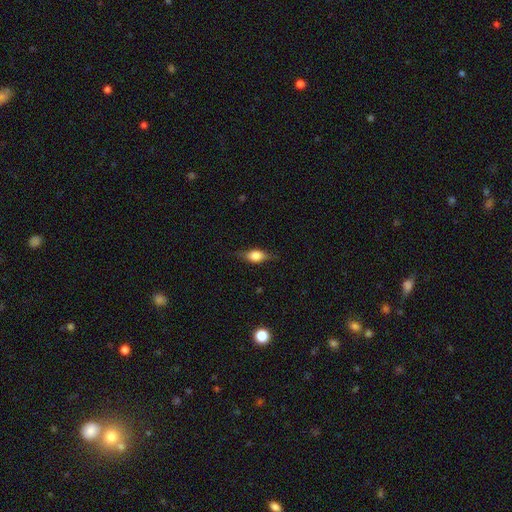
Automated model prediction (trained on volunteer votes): Morphology: type=smooth (55%); roundness=in between (71%); merging=none (77%).